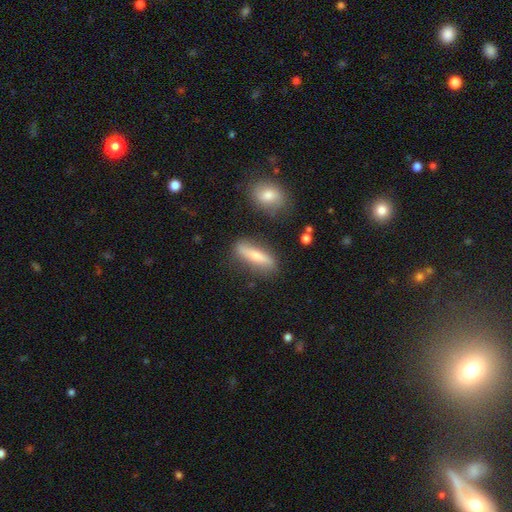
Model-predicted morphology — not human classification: Q: Smooth or featured?
A: smooth (61%); runner-up: featured or disk (32%)
Q: How rounded?
A: cigar-shaped (68%); runner-up: in between (29%)
Q: Merging?
A: none (78%); runner-up: minor disturbance (14%)